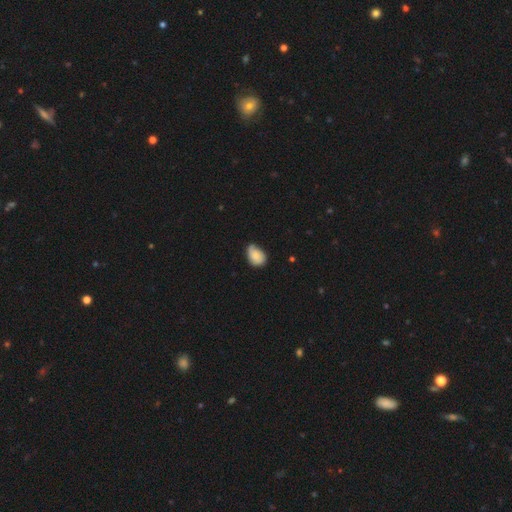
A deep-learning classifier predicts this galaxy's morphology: Overall: smooth (74%). How rounded: in between (76%). Merging: none (50%; minor disturbance 40%).